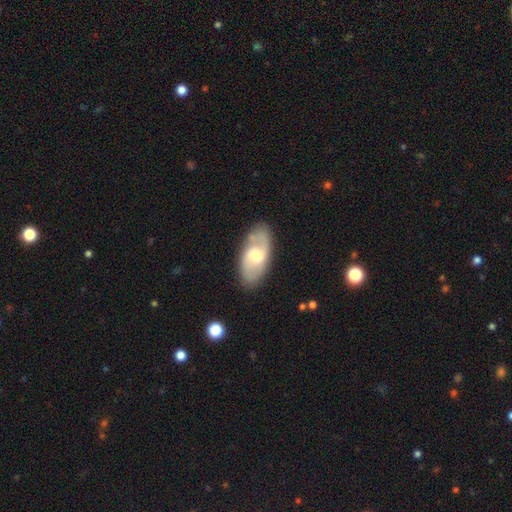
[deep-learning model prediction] Overall: featured or disk (62%; smooth 32%). Edge-on disk: no (92%). Bar: weak (47%; no 42%). Spiral arms: yes (81%). Bulge size: moderate (58%; small 20%). Merging: none (81%).